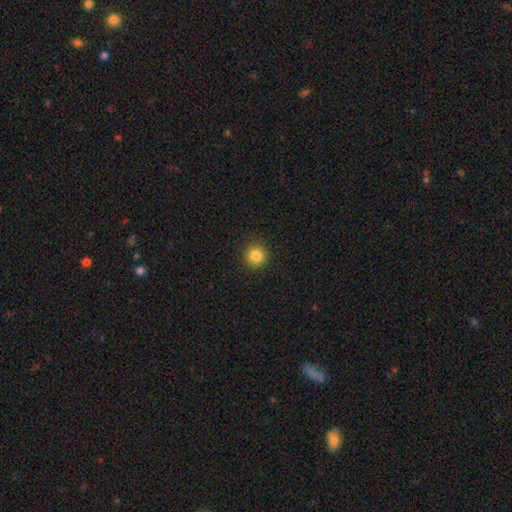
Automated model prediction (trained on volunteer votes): Overall: smooth (83%). How rounded: round (95%). Merging: none (93%).